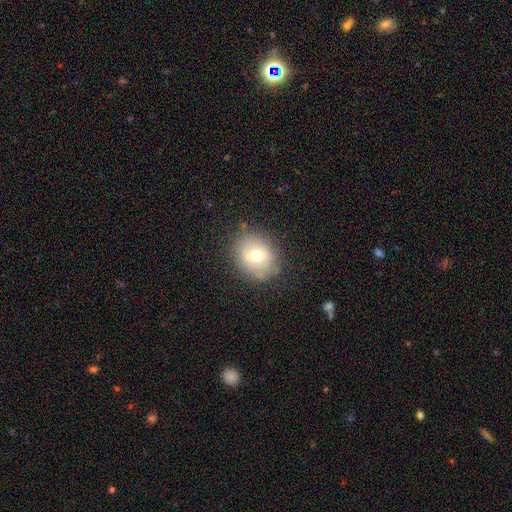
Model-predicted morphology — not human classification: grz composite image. It shows a smooth galaxy with no disk features (62%) that is round (68%). Merging: none (79%).